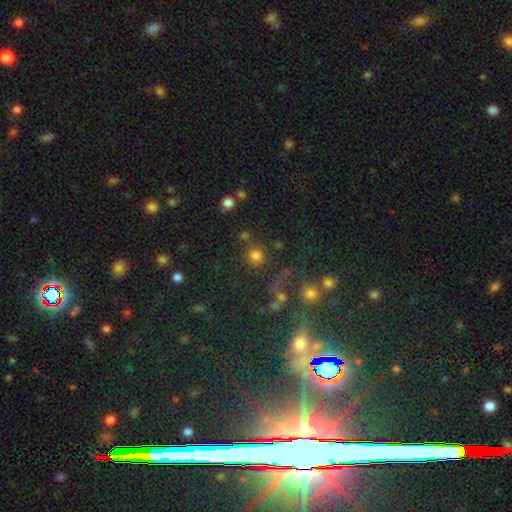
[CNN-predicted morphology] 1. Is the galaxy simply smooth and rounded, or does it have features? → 76% smooth, 17% star or artifact, 8% featured or disk.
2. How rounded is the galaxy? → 93% round, 6% in between, 1% cigar-shaped.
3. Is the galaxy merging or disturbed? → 78% none, 9% minor disturbance, 8% merger, 5% major disturbance.